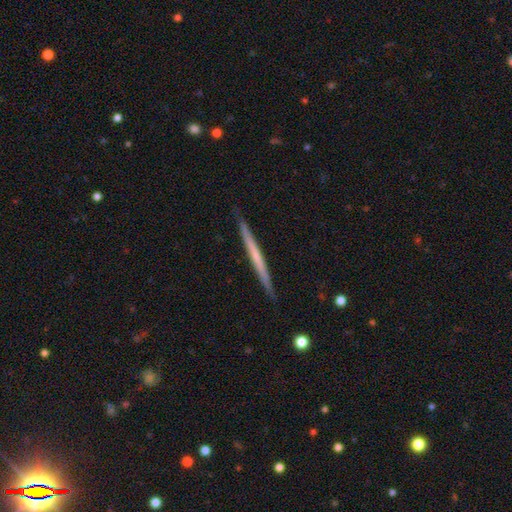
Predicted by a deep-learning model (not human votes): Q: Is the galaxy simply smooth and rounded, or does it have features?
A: featured or disk — 53%.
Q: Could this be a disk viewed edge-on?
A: yes — 98%.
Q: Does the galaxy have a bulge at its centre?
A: none — 87%.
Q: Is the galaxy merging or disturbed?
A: none — 91%.